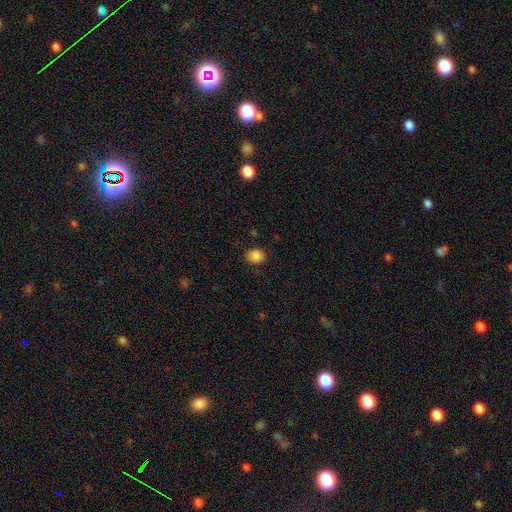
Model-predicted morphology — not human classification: smooth-or-featured: smooth: 86% | star or artifact: 11% | featured or disk: 3%
  how-rounded: round: 72% | in between: 27% | cigar-shaped: 1%
  merging: none: 88% | minor disturbance: 9% | major disturbance: 2% | merger: 1%